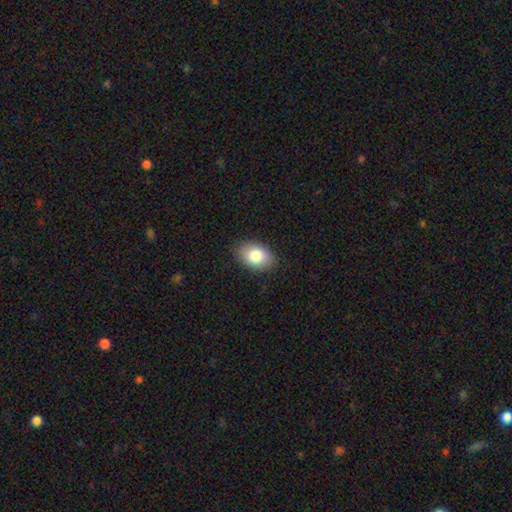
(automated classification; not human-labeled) Overall: smooth (82%). How rounded: in between (87%). Merging: none (87%).